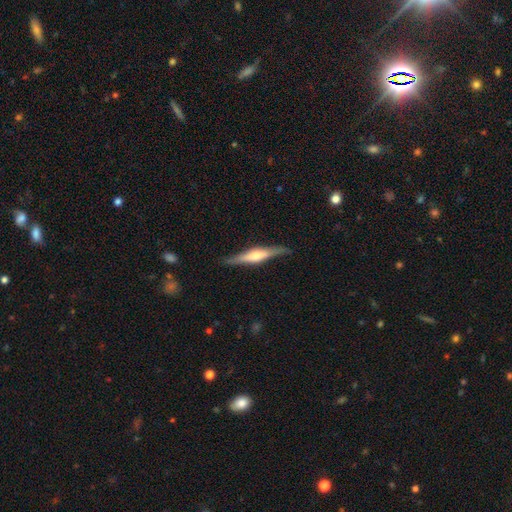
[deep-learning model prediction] smooth-or-featured: featured or disk: 69% | smooth: 26% | star or artifact: 5%
  disk-edge-on: yes: 96% | no: 4%
    edge-on-bulge: rounded: 73% | boxy: 19% | none: 8%
  merging: none: 86% | minor disturbance: 10% | major disturbance: 2% | merger: 1%